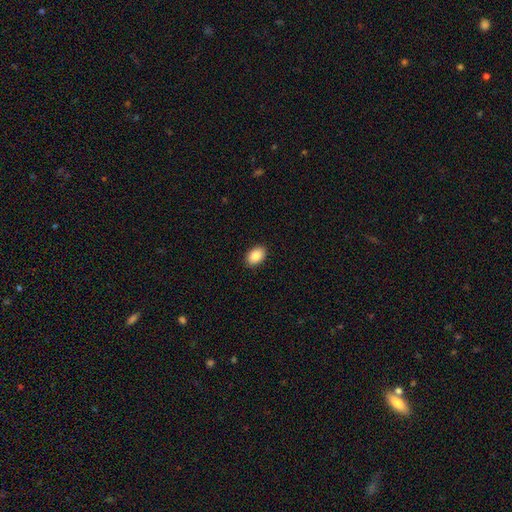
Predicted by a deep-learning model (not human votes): A smooth galaxy with no disk features (89%) that is in between round and cigar-shaped (87%).

Vote fractions:
- Smooth or featured? smooth: 89% / star or artifact: 7% / featured or disk: 4%
- How rounded? in between: 87% / round: 12% / cigar-shaped: 1%
- Merging? none: 90% / minor disturbance: 7% / major disturbance: 2% / merger: 1%